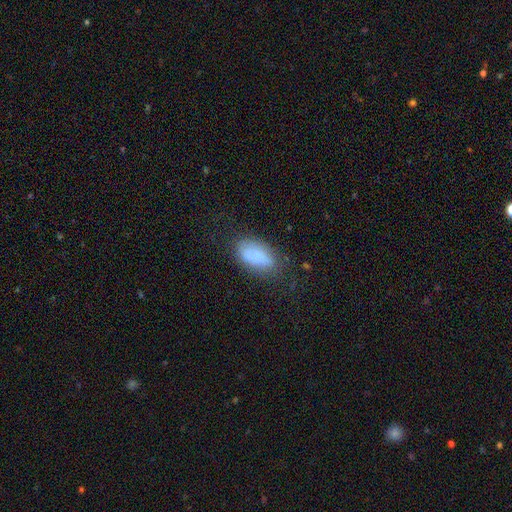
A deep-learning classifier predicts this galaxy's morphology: smooth-or-featured: smooth: 79% | featured or disk: 13% | star or artifact: 8%
  how-rounded: in between: 92% | cigar-shaped: 4% | round: 4%
  merging: none: 63% | minor disturbance: 24% | major disturbance: 10% | merger: 3%